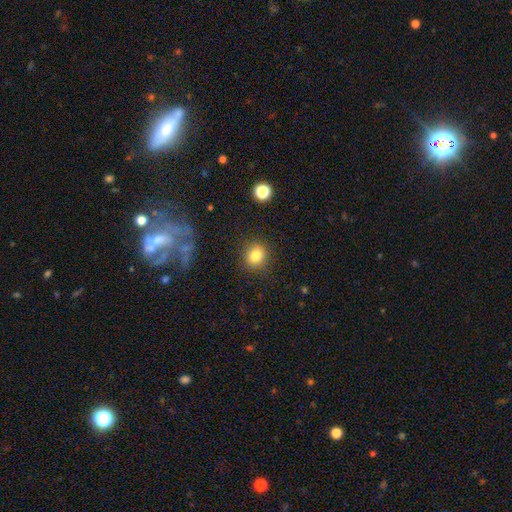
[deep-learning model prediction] A smooth galaxy with no disk features (83%) that is round (79%).

Vote fractions:
- Smooth or featured? smooth: 83% / star or artifact: 11% / featured or disk: 7%
- How rounded? round: 79% / in between: 20% / cigar-shaped: 1%
- Merging? none: 88% / minor disturbance: 8% / major disturbance: 3% / merger: 1%